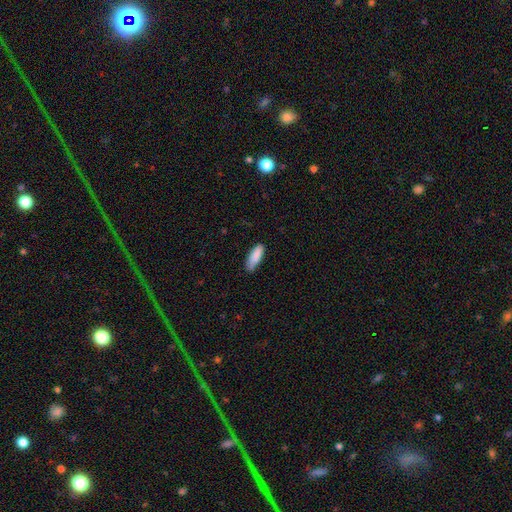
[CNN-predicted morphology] Overall: smooth (89%). How rounded: in between (62%; cigar-shaped 37%). Merging: none (75%).